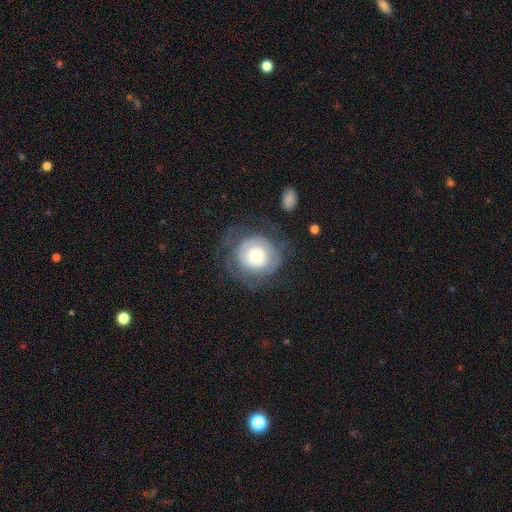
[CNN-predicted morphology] Smooth or featured: featured or disk — 49% (smooth — 44%)
Merging: none — 63% (minor disturbance — 18%)